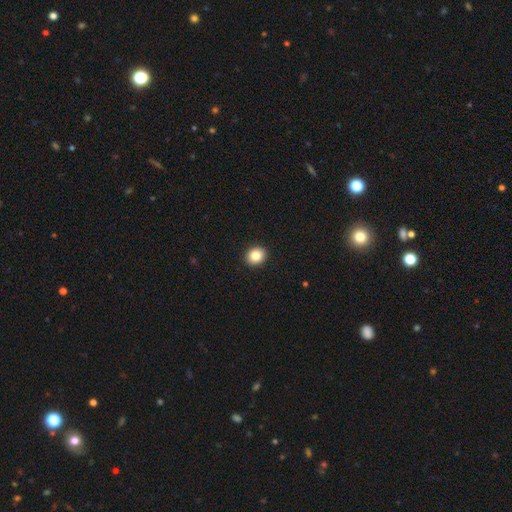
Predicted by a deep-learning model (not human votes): Smooth or featured? Predicted: smooth (p=0.85). How rounded? Predicted: round (p=0.73). Merging? Predicted: none (p=0.93).